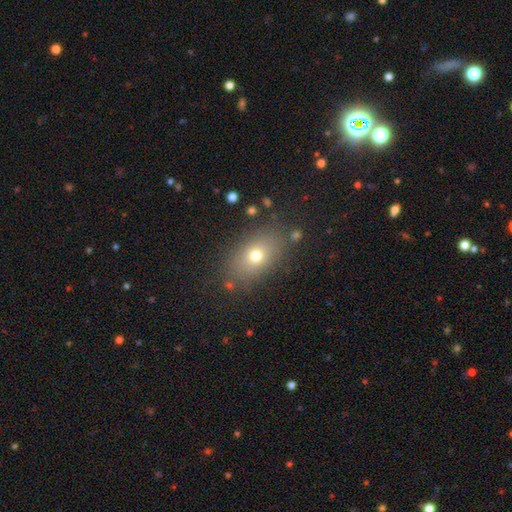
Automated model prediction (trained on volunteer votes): smooth 70%, featured or disk 16%, star or artifact 14%. Down the decision tree: how rounded — in between (77%); merging — none (81%).